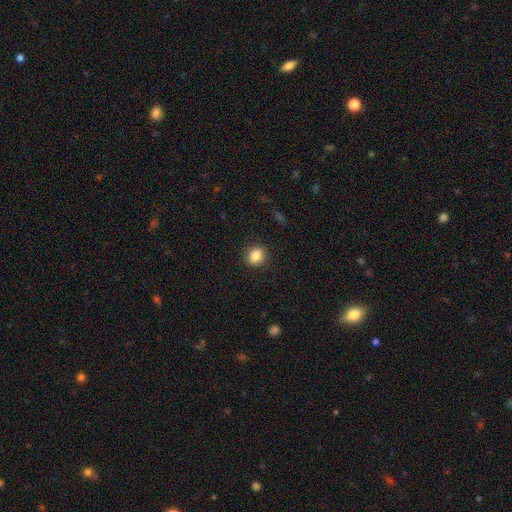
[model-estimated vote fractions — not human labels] This appears to be a smooth galaxy with no disk features (86%) that is round (59%). Merging: none (88%).